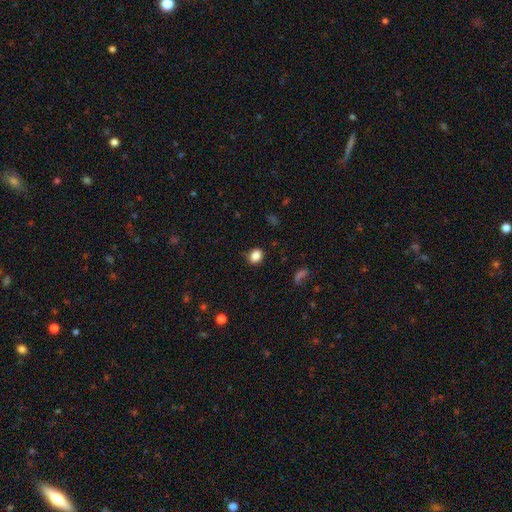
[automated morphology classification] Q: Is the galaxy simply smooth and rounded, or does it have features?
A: smooth — 85%.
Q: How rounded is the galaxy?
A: round — 51%.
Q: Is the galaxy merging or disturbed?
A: none — 85%.